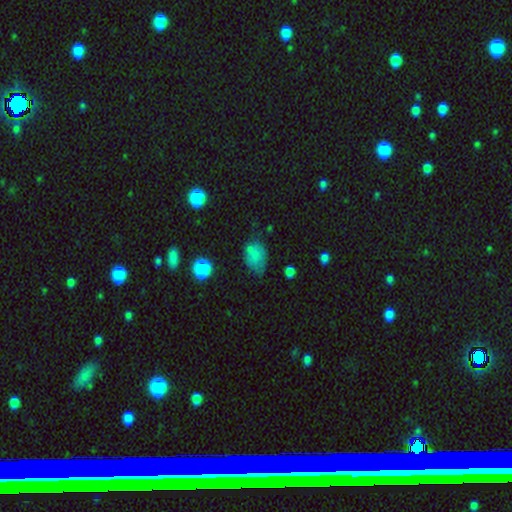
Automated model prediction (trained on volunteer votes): smooth 72%, featured or disk 15%, star or artifact 13%. Down the decision tree: how rounded — in between (77%); merging — none (43%).